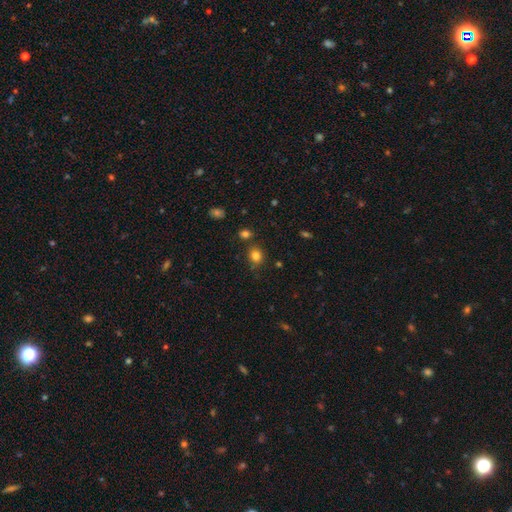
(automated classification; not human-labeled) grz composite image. It shows a smooth galaxy with no disk features (81%) that is round (63%). Merging: none (76%).